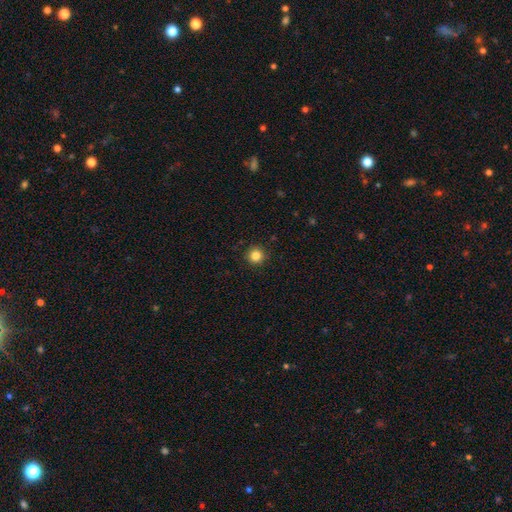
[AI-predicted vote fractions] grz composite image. It shows a smooth galaxy with no disk features (84%) that is round (95%). Merging: none (92%).